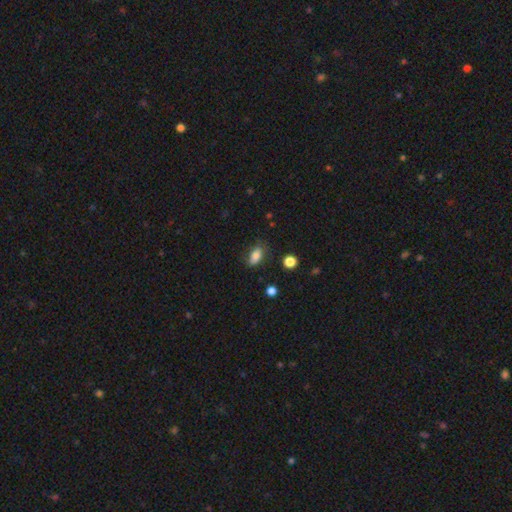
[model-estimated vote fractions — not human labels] A smooth galaxy with no disk features (81%) that is in between round and cigar-shaped (87%). Merging: none (69%).